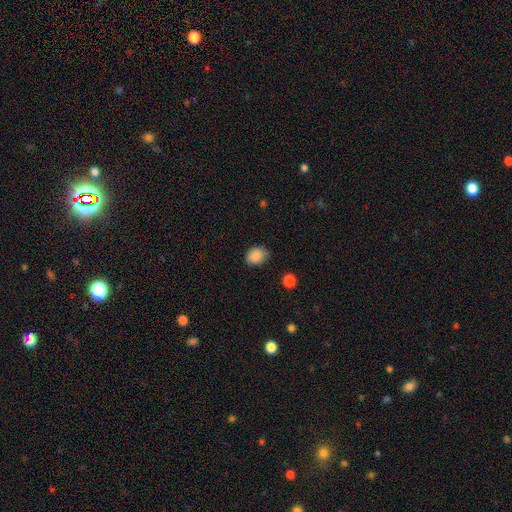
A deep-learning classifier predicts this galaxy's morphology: Smooth or featured? Predicted: smooth (p=0.87). How rounded? Predicted: in between (p=0.51). Merging? Predicted: none (p=0.74).